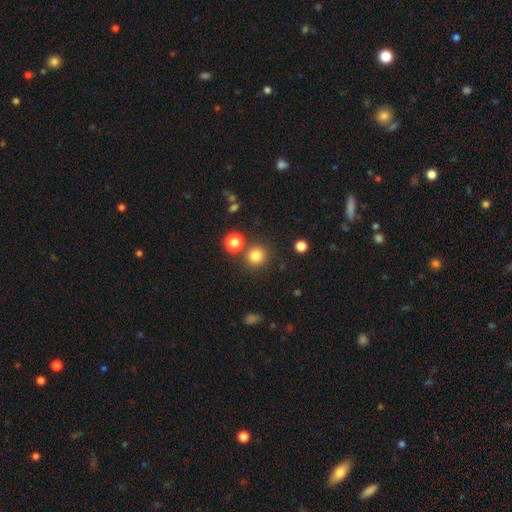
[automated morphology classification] Smooth or featured? Predicted: smooth (p=0.81). How rounded? Predicted: round (p=0.93). Merging? Predicted: none (p=0.83).